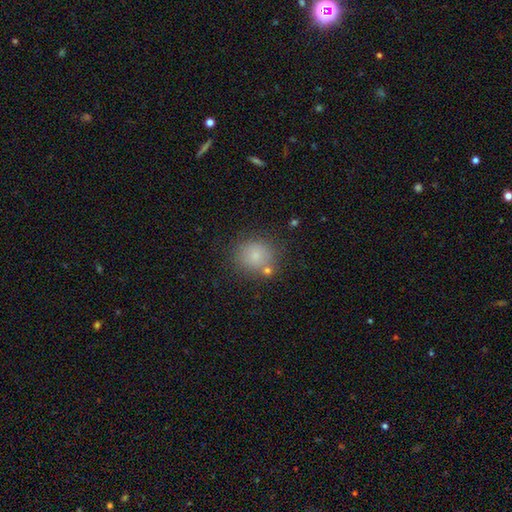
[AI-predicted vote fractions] Smooth or featured? Predicted: smooth (p=0.79). How rounded? Predicted: round (p=0.87). Merging? Predicted: none (p=0.76).